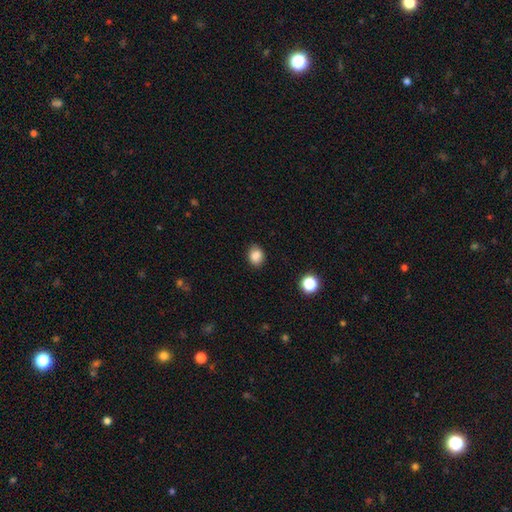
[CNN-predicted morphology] Smooth or featured? smooth (86%)
How rounded? round (54%)
Merging? none (86%)